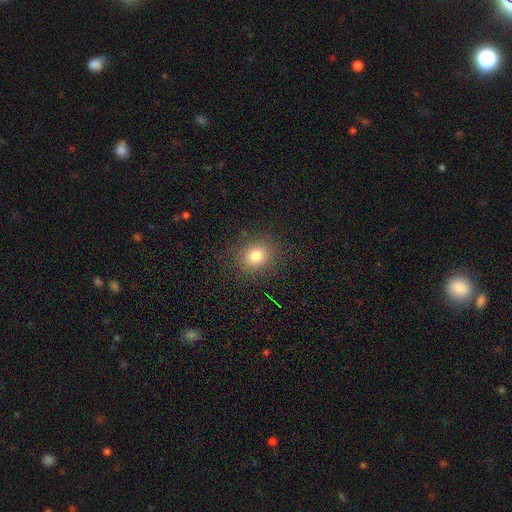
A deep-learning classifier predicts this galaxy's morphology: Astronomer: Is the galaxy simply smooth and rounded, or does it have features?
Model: smooth — 78%.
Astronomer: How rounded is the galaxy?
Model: round — 68%.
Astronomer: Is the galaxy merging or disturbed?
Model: none — 87%.